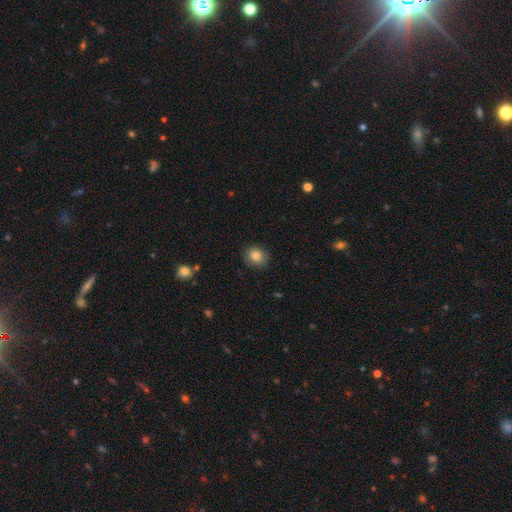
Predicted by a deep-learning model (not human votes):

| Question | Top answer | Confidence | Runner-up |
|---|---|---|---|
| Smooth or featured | smooth | 84% | star or artifact (9%) |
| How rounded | round | 74% | in between (25%) |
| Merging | none | 86% | minor disturbance (11%) |